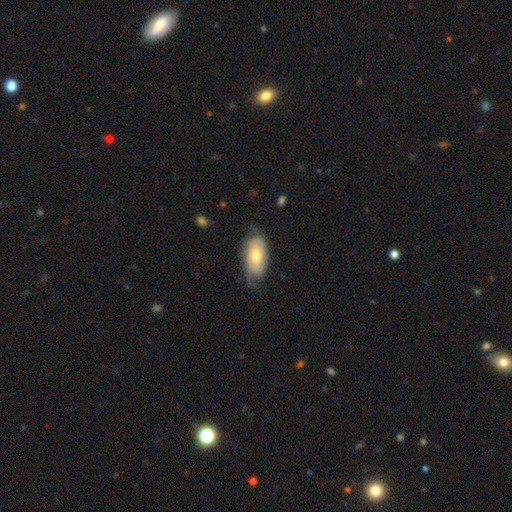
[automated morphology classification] type=smooth (66%); roundness=in between (92%); merging=none (61%).